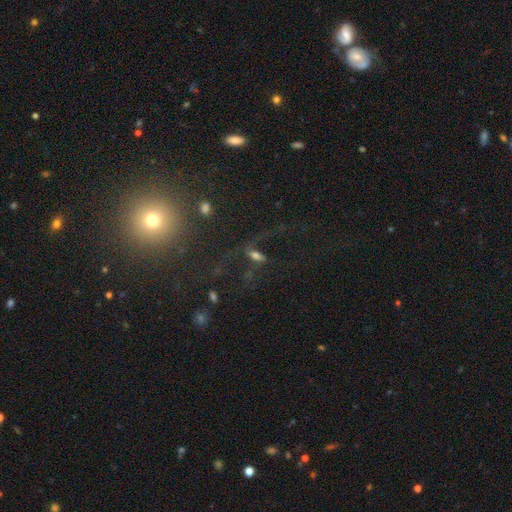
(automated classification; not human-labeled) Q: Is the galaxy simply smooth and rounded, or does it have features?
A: smooth — 40%.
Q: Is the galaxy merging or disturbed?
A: none — 46%.